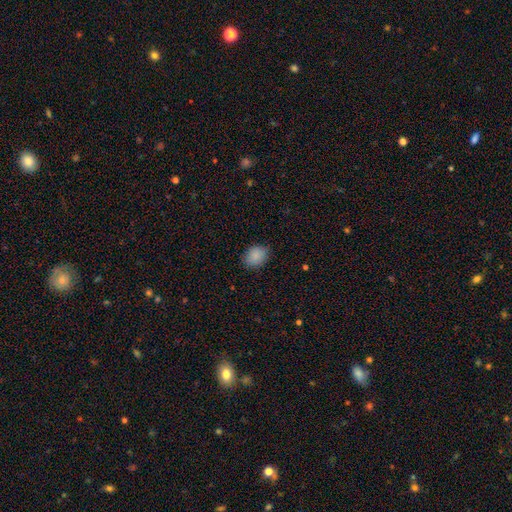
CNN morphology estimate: The model was most divided on "how rounded": in between: 56%, round: 43%, cigar-shaped: 1%. More confident: smooth or featured — smooth (88%); merging — none (83%).